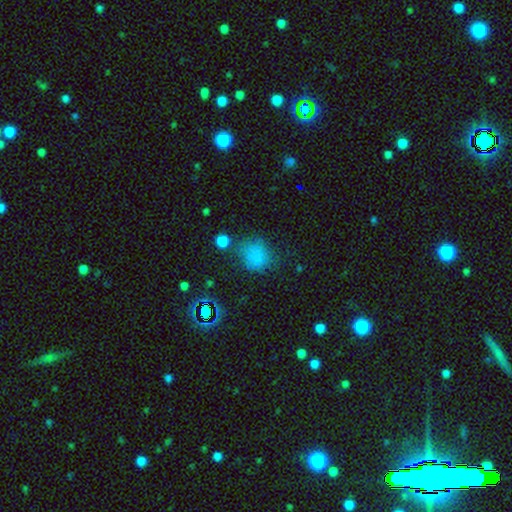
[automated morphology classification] A smooth galaxy with no disk features (72%) that is round (68%).

Vote fractions:
- Smooth or featured? smooth: 72% / star or artifact: 19% / featured or disk: 8%
- How rounded? round: 68% / in between: 31% / cigar-shaped: 1%
- Merging? none: 57% / minor disturbance: 24% / major disturbance: 13% / merger: 6%